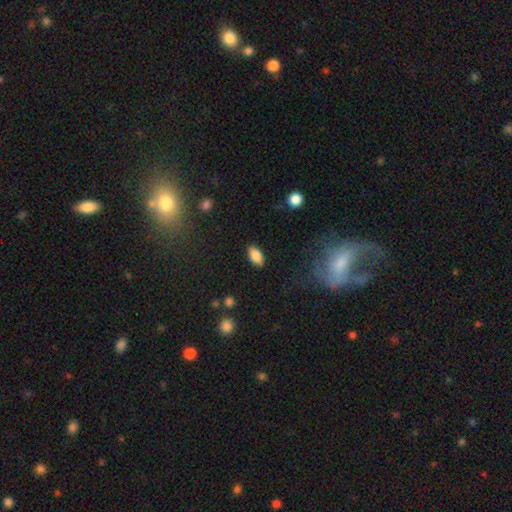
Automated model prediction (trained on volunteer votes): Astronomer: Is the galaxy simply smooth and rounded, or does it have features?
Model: smooth — 86%.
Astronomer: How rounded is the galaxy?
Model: in between — 93%.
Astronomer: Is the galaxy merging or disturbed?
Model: none — 87%.